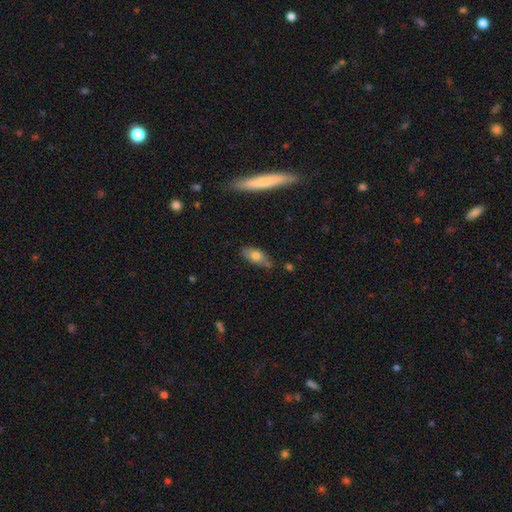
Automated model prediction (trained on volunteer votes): smooth-or-featured: smooth: 71% | featured or disk: 21% | star or artifact: 8%
  how-rounded: in between: 78% | cigar-shaped: 17% | round: 4%
  merging: none: 59% | minor disturbance: 30% | major disturbance: 6% | merger: 5%